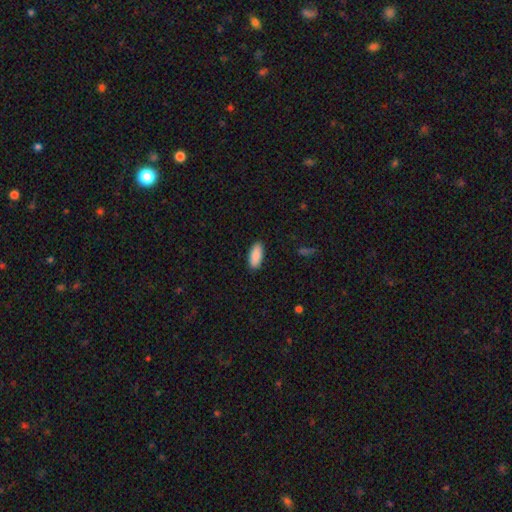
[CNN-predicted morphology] Q: Smooth or featured?
A: smooth (89%); runner-up: star or artifact (6%)
Q: How rounded?
A: in between (86%); runner-up: cigar-shaped (13%)
Q: Merging?
A: none (89%); runner-up: minor disturbance (8%)